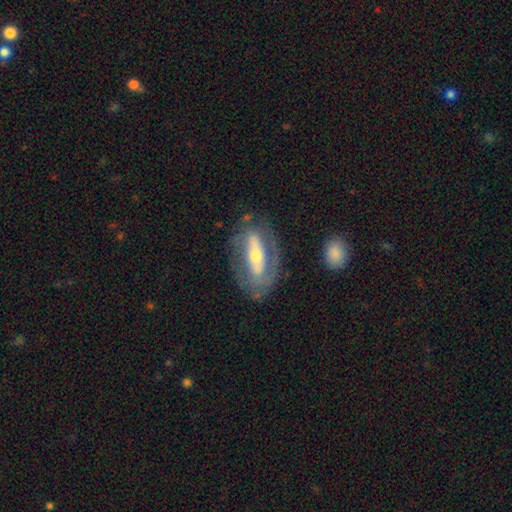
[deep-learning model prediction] Smooth or featured?
  - featured or disk: 75% *
  - smooth: 19%
  - star or artifact: 7%
Edge-on disk?
  - no: 85% *
  - yes: 15%
Bar?
  - strong: 50% *
  - weak: 25%
  - no: 25%
Spiral arms?
  - yes: 63% *
  - no: 37%
Bulge size?
  - moderate: 54% *
  - small: 38%
  - large: 6%
  - none: 1%
  - dominant: 1%
Merging?
  - none: 73% *
  - minor disturbance: 16%
  - major disturbance: 9%
  - merger: 2%